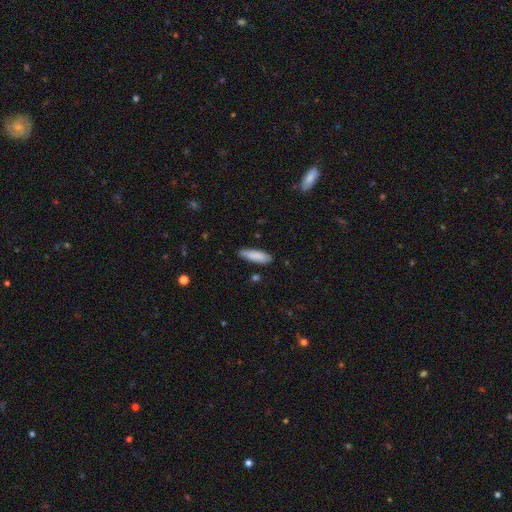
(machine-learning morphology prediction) A smooth galaxy with no disk features (85%) that is cigar-shaped (52%).

Vote fractions:
- Smooth or featured? smooth: 85% / featured or disk: 9% / star or artifact: 6%
- How rounded? cigar-shaped: 52% / in between: 46% / round: 1%
- Merging? none: 82% / minor disturbance: 14% / major disturbance: 2% / merger: 2%